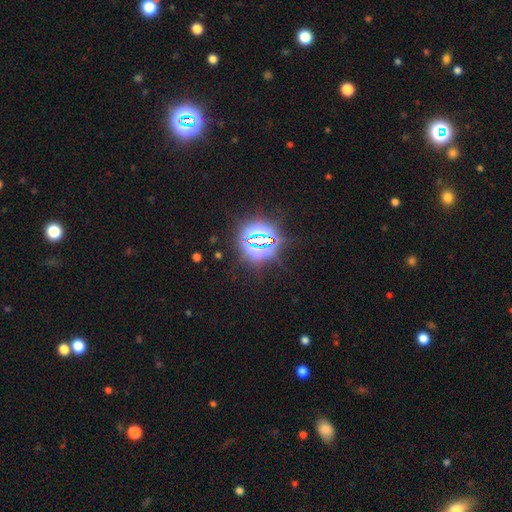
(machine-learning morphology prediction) Smooth or featured? star or artifact (81%)